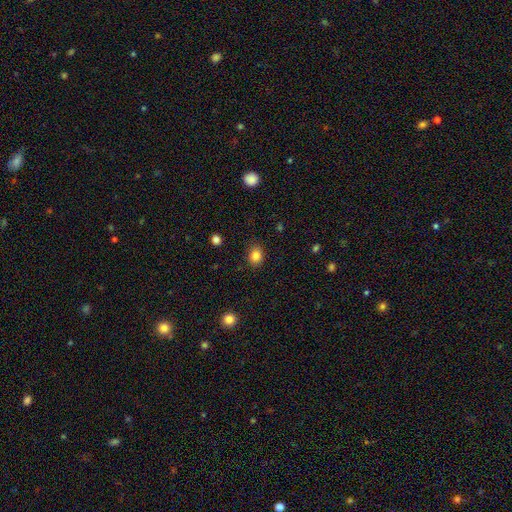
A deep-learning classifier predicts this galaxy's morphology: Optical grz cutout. It shows a smooth galaxy with no disk features (84%) that is round (58%). Merging: none (87%).